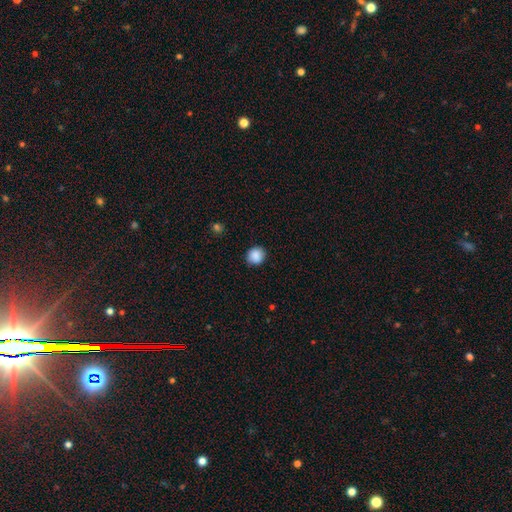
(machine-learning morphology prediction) Smooth or featured?
  - smooth: 88% *
  - star or artifact: 9%
  - featured or disk: 3%
How rounded?
  - round: 87% *
  - in between: 12%
  - cigar-shaped: 1%
Merging?
  - none: 89% *
  - minor disturbance: 8%
  - major disturbance: 2%
  - merger: 1%